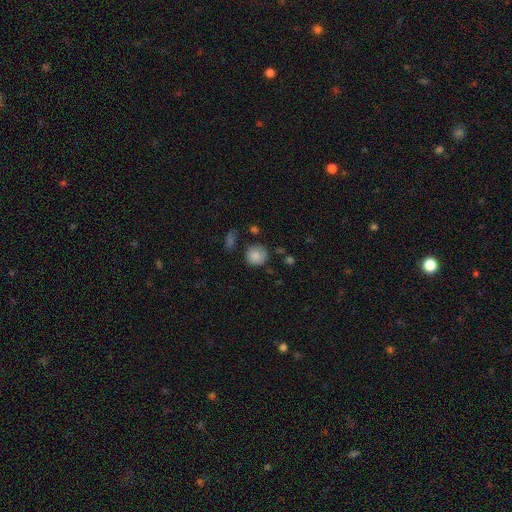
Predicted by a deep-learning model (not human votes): Smooth or featured?
  - smooth: 82% *
  - featured or disk: 9%
  - star or artifact: 9%
How rounded?
  - round: 90% *
  - in between: 9%
  - cigar-shaped: 1%
Merging?
  - none: 74% *
  - minor disturbance: 18%
  - major disturbance: 5%
  - merger: 3%